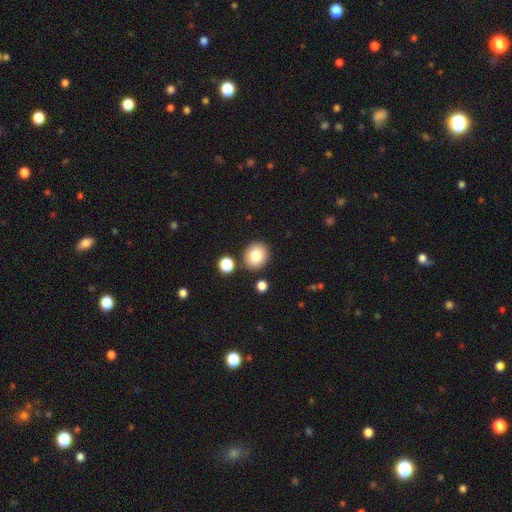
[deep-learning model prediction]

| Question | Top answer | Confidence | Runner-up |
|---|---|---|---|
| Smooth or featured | smooth | 81% | star or artifact (10%) |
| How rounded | round | 75% | in between (24%) |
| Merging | none | 84% | minor disturbance (8%) |